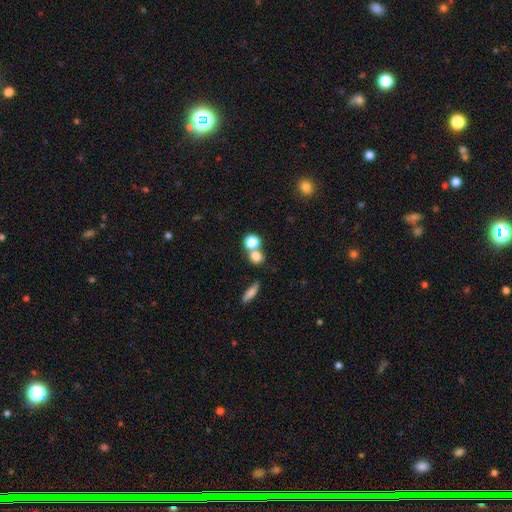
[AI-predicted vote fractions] The model was most divided on "merging": none: 51%, merger: 38%, minor disturbance: 8%, major disturbance: 4%. More confident: how rounded — round (78%); smooth or featured — smooth (78%).